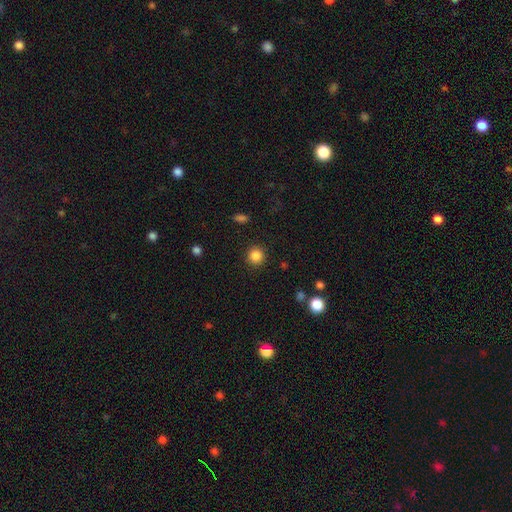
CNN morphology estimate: smooth_or_featured: smooth (p=0.86) [alt: star or artifact p=0.11]
how_rounded: round (p=0.93) [alt: in between p=0.06]
merging: none (p=0.91) [alt: minor disturbance p=0.06]